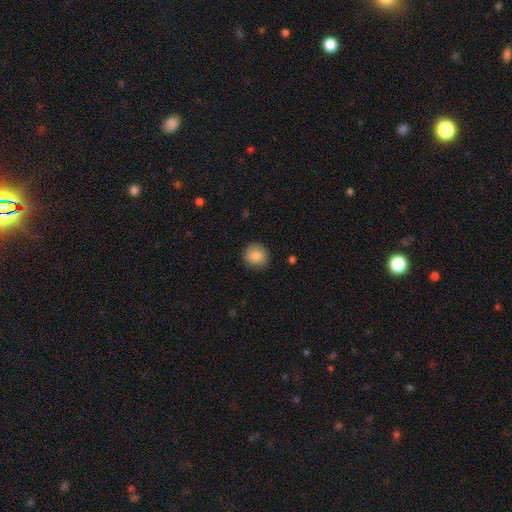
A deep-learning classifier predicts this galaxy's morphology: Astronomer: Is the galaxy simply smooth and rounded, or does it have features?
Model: smooth — 87%.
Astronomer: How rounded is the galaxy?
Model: round — 89%.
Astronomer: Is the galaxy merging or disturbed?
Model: none — 88%.